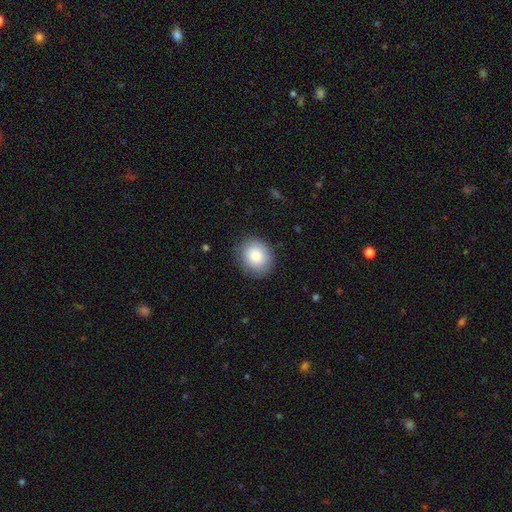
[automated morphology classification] The model was most divided on "how rounded": round: 76%, in between: 24%, cigar-shaped: 1%. More confident: merging — none (87%); smooth or featured — smooth (81%).